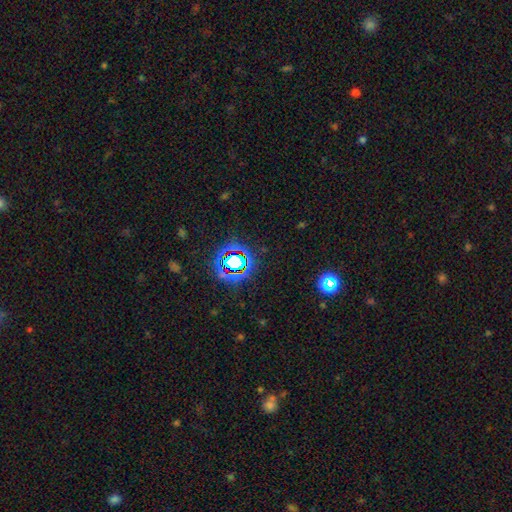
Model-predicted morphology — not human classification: Smooth or featured?
  - star or artifact: 76% *
  - smooth: 15%
  - featured or disk: 8%